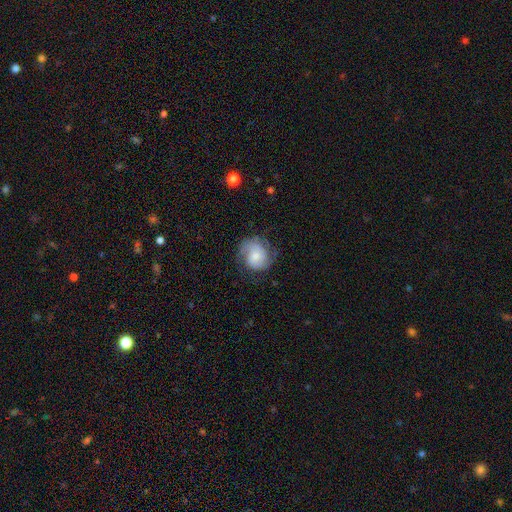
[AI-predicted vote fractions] A featured or disk galaxy (55%) with no bar (66%), spiral arms (89%) and a small central bulge (39%). Merging: none (62%).